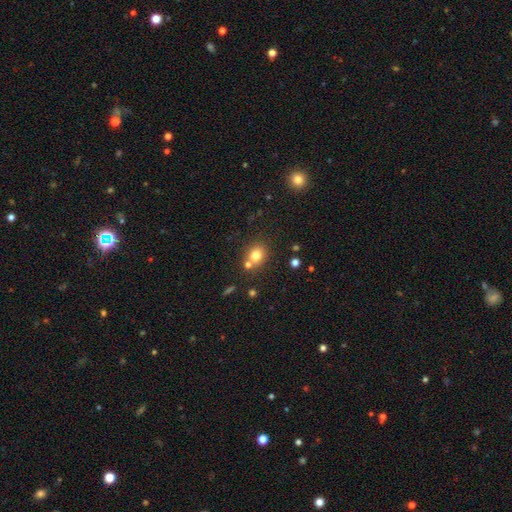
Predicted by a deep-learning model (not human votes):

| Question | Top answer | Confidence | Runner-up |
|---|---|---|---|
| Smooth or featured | smooth | 77% | star or artifact (13%) |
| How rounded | round | 65% | in between (34%) |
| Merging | none | 65% | merger (21%) |